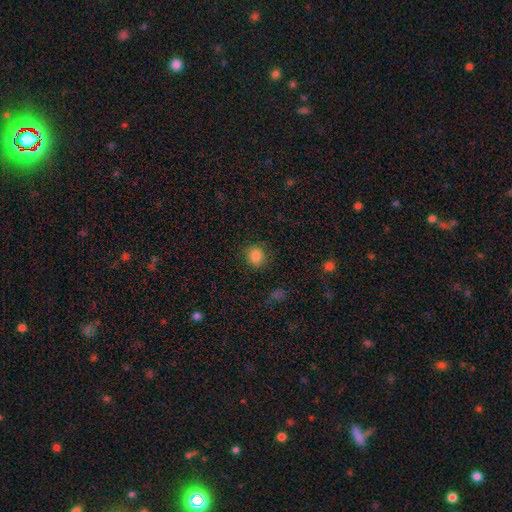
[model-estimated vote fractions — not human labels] smooth 84%, star or artifact 11%, featured or disk 5%. Down the decision tree: how rounded — round (76%); merging — none (85%).